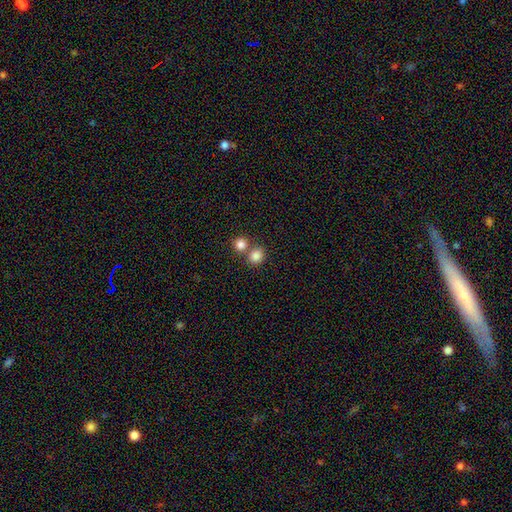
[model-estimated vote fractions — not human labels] Morphology: type=smooth (84%); roundness=round (76%); merging=none (55%).